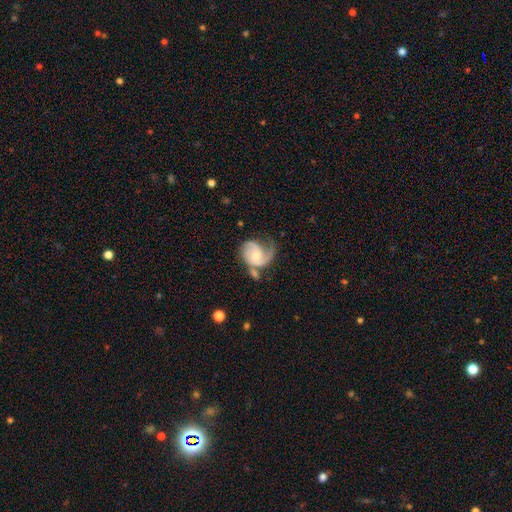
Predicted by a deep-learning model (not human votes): smooth_or_featured: featured or disk (p=0.77) [alt: smooth p=0.18]
disk_edge_on: no (p=0.98) [alt: yes p=0.02]
bar: no (p=0.64) [alt: weak p=0.31]
has_spiral_arms: yes (p=0.93) [alt: no p=0.07]
spiral_winding: medium (p=0.45) [alt: loose p=0.28]
spiral_arm_count: 2 (p=0.49) [alt: 1 p=0.33]
bulge_size: moderate (p=0.47) [alt: small p=0.42]
merging: none (p=0.36) [alt: major disturbance p=0.26]